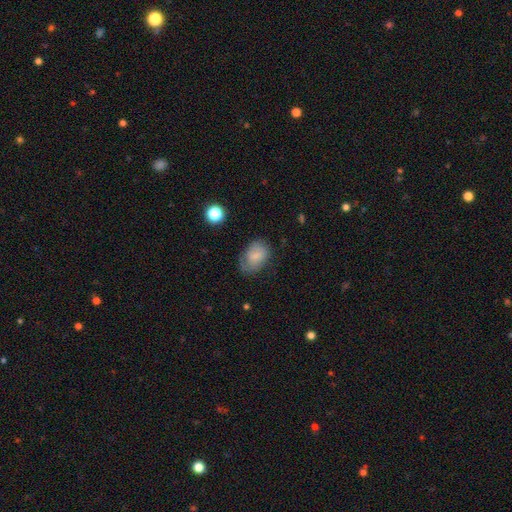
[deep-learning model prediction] Q: Smooth or featured?
A: smooth (75%); runner-up: featured or disk (16%)
Q: How rounded?
A: in between (80%); runner-up: round (18%)
Q: Merging?
A: none (55%); runner-up: minor disturbance (30%)